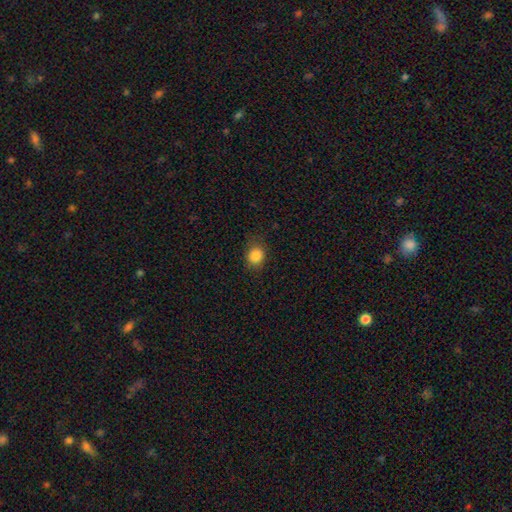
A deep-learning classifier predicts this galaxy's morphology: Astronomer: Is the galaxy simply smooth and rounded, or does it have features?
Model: smooth — 85%.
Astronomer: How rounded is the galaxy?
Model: round — 64%.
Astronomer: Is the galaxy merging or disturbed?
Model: none — 81%.